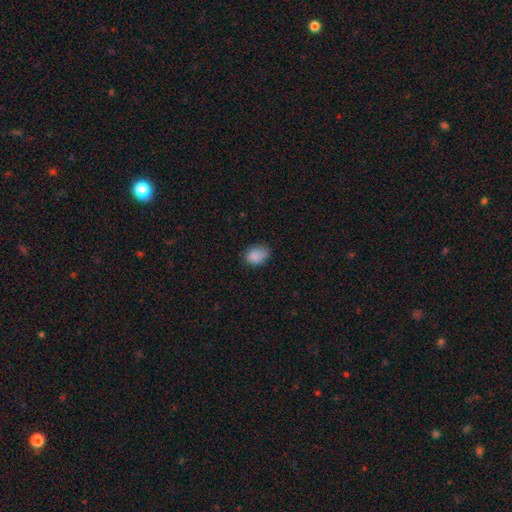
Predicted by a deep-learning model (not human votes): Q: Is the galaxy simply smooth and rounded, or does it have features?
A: smooth — 86%.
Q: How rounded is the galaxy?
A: in between — 67%.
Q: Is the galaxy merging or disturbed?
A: none — 68%.